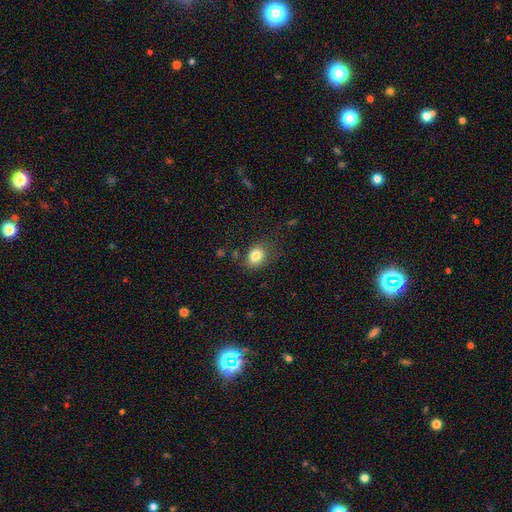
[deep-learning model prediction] Smooth or featured? Predicted: smooth (p=0.82). How rounded? Predicted: in between (p=0.51). Merging? Predicted: none (p=0.68).